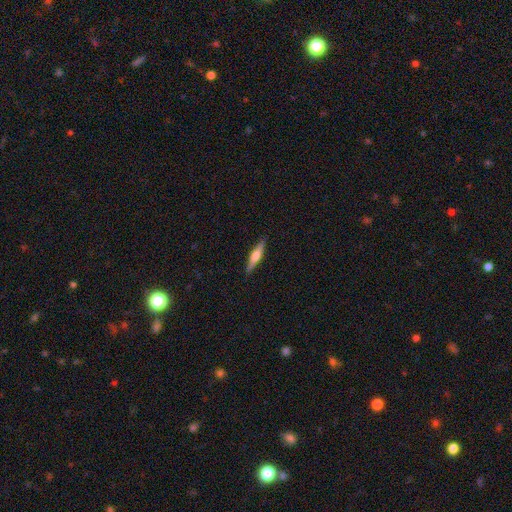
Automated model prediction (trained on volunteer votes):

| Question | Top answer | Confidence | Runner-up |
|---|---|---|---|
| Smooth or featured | featured or disk | 54% | smooth (41%) |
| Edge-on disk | yes | 97% | no (3%) |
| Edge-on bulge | rounded | 85% | boxy (9%) |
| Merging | none | 90% | minor disturbance (7%) |